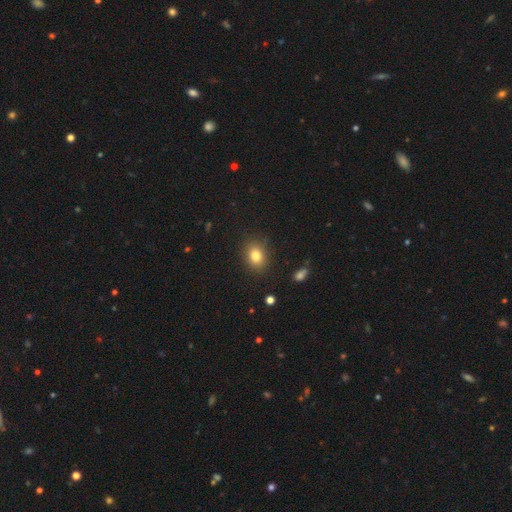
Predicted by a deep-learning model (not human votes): This appears to be a smooth galaxy with no disk features (82%) that is in between round and cigar-shaped (54%). Merging: none (85%).